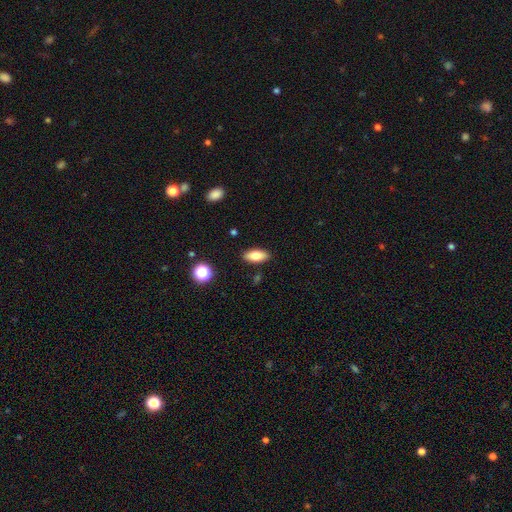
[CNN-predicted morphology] A smooth galaxy with no disk features (79%) that is in between round and cigar-shaped (86%).

Vote fractions:
- Smooth or featured? smooth: 79% / featured or disk: 13% / star or artifact: 8%
- How rounded? in between: 86% / cigar-shaped: 10% / round: 3%
- Merging? none: 87% / minor disturbance: 9% / major disturbance: 2% / merger: 2%